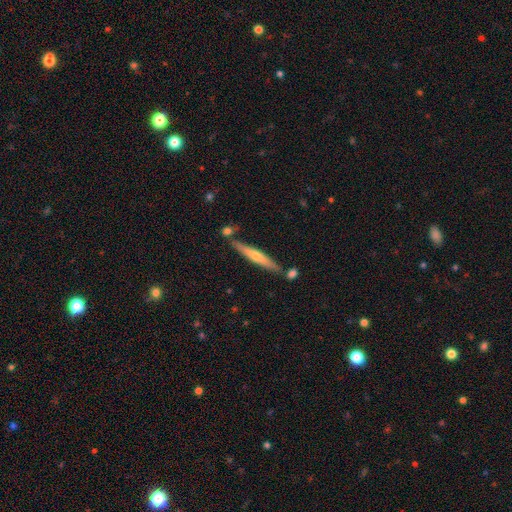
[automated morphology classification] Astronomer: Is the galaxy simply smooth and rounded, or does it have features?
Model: featured or disk — 58% (runner-up: smooth, 35%).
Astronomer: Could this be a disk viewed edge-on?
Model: yes — 95%.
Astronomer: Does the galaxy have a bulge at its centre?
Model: rounded — 71%.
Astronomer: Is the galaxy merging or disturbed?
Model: none — 82%.